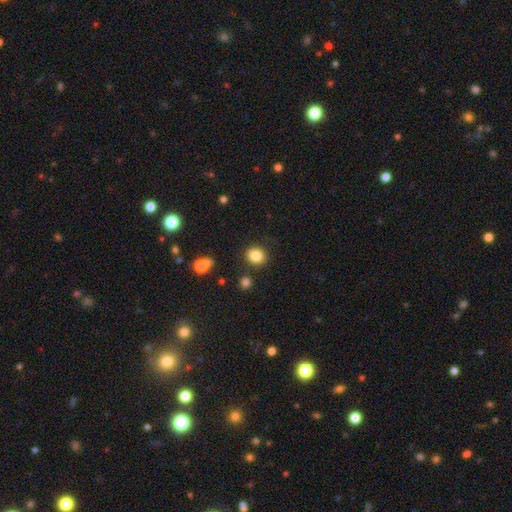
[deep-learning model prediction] Smooth or featured? smooth (84%)
How rounded? round (72%)
Merging? none (83%)